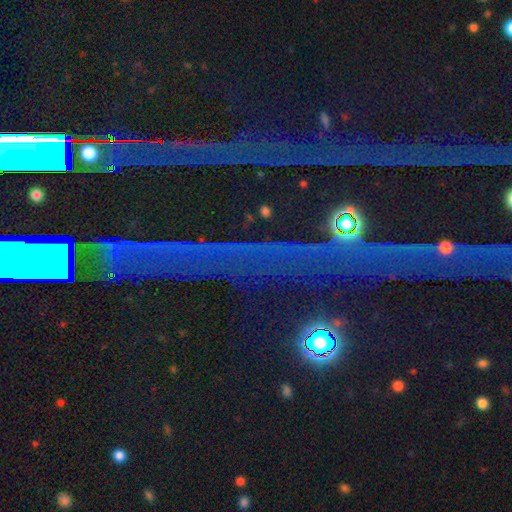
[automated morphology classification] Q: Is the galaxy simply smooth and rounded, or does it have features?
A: star or artifact — 83%.